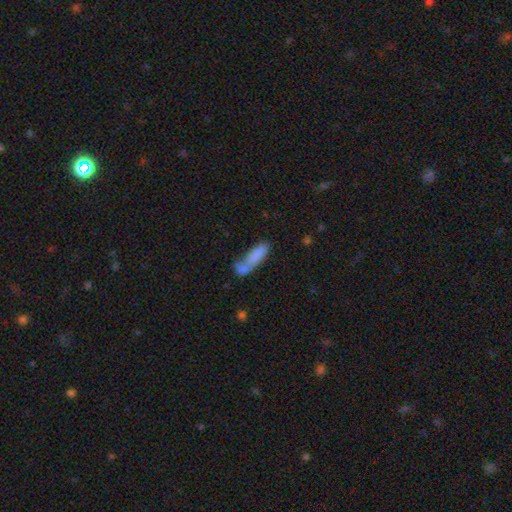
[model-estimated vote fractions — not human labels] Overall: smooth (77%). How rounded: cigar-shaped (56%; in between 41%). Merging: merger (37%; none 35%).